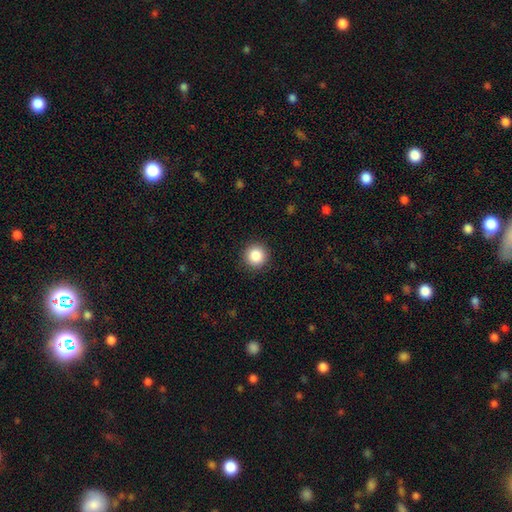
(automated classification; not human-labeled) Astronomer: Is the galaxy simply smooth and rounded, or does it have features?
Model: smooth — 86%.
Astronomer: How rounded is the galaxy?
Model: round — 95%.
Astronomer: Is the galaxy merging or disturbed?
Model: none — 92%.